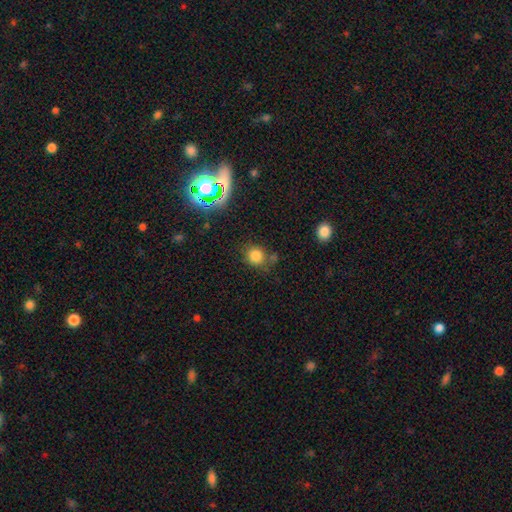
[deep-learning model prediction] smooth-or-featured: smooth: 79% | star or artifact: 15% | featured or disk: 6%
  how-rounded: round: 82% | in between: 17% | cigar-shaped: 1%
  merging: none: 70% | minor disturbance: 16% | merger: 9% | major disturbance: 5%